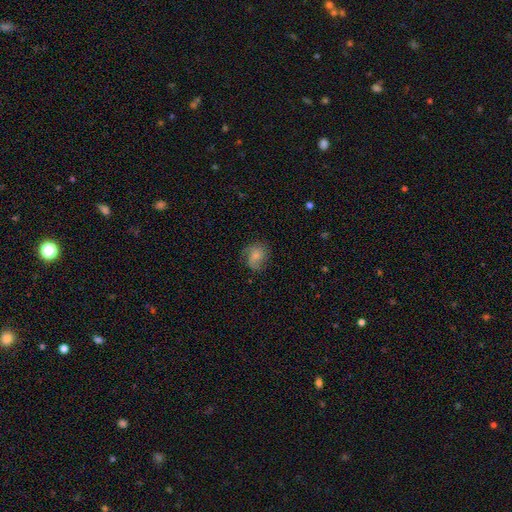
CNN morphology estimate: A smooth galaxy with no disk features (51%) that is round (62%).

Vote fractions:
- Smooth or featured? smooth: 51% / featured or disk: 40% / star or artifact: 9%
- How rounded? round: 62% / in between: 37% / cigar-shaped: 1%
- Merging? none: 63% / minor disturbance: 23% / major disturbance: 12% / merger: 1%